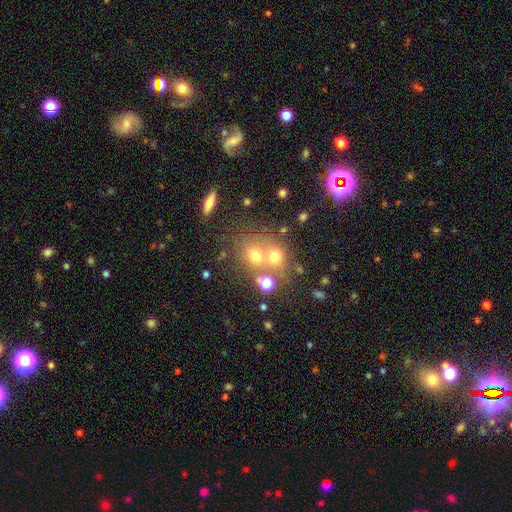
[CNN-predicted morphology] A smooth galaxy with no disk features (64%) that is round (75%).

Vote fractions:
- Smooth or featured? smooth: 64% / star or artifact: 19% / featured or disk: 17%
- How rounded? round: 75% / in between: 24% / cigar-shaped: 1%
- Merging? merger: 44% / none: 43% / minor disturbance: 8% / major disturbance: 5%